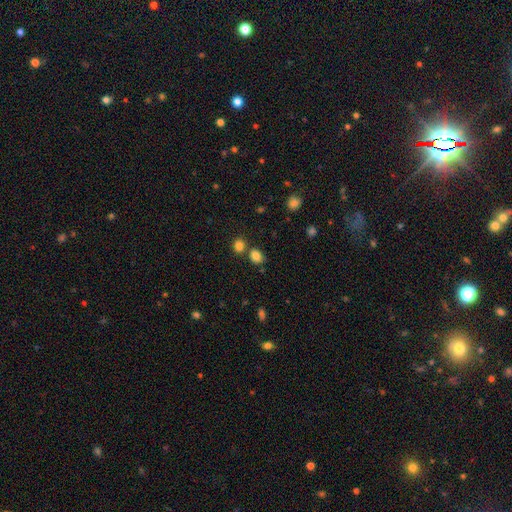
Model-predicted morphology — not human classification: smooth 83%, star or artifact 12%, featured or disk 5%. Down the decision tree: how rounded — in between (53%); merging — none (63%).